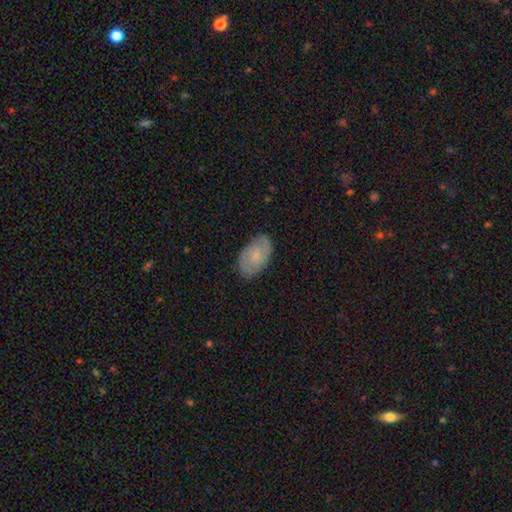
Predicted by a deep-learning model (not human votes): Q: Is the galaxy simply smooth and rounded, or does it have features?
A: smooth — 56%.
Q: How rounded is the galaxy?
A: in between — 93%.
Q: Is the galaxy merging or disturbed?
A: none — 81%.